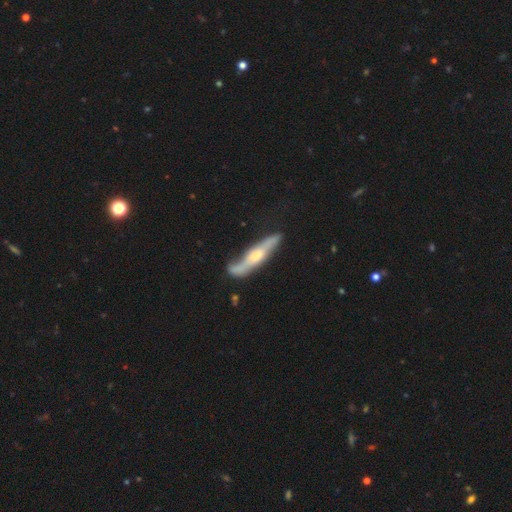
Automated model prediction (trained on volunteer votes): Smooth or featured?
  - featured or disk: 70% *
  - smooth: 25%
  - star or artifact: 5%
Edge-on disk?
  - yes: 75% *
  - no: 25%
Edge-on bulge?
  - rounded: 80% *
  - none: 10%
  - boxy: 10%
Merging?
  - none: 66% *
  - minor disturbance: 21%
  - major disturbance: 7%
  - merger: 6%